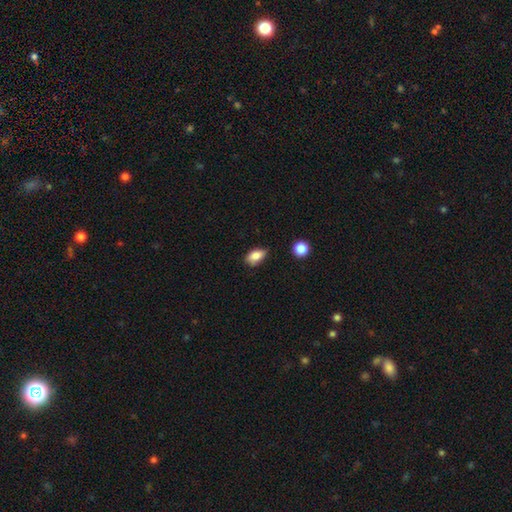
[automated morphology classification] Smooth or featured?
  - smooth: 84% *
  - star or artifact: 8%
  - featured or disk: 7%
How rounded?
  - in between: 88% *
  - round: 8%
  - cigar-shaped: 4%
Merging?
  - none: 72% *
  - minor disturbance: 22%
  - major disturbance: 4%
  - merger: 2%